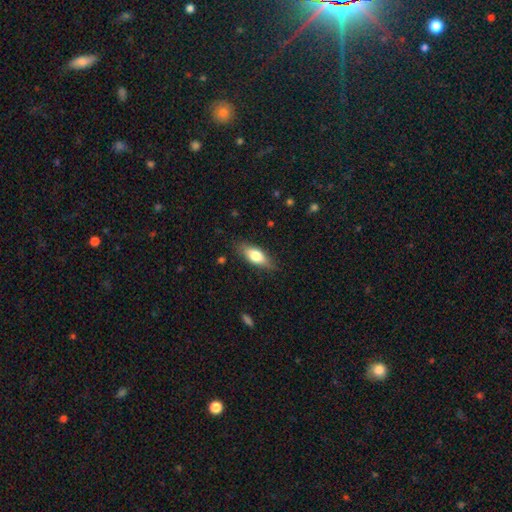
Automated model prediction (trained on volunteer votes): Smooth or featured? smooth (71%)
How rounded? in between (75%)
Merging? none (81%)